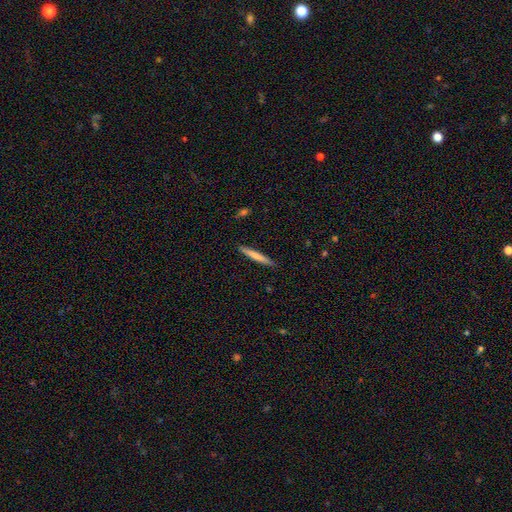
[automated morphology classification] Smooth or featured? smooth (70%)
How rounded? cigar-shaped (96%)
Merging? none (90%)